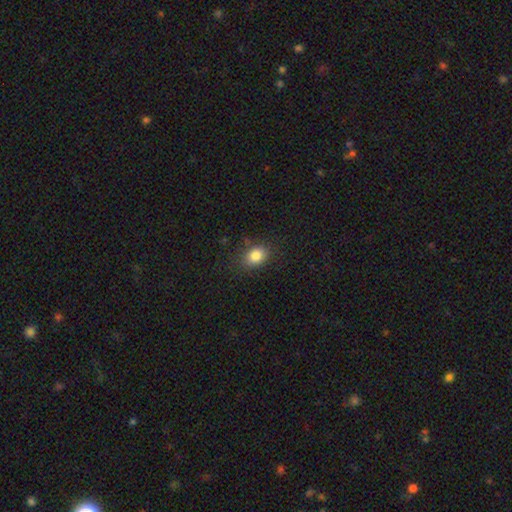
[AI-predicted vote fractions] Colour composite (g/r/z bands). It shows a smooth galaxy with no disk features (84%) that is in between round and cigar-shaped (65%). Merging: none (82%).